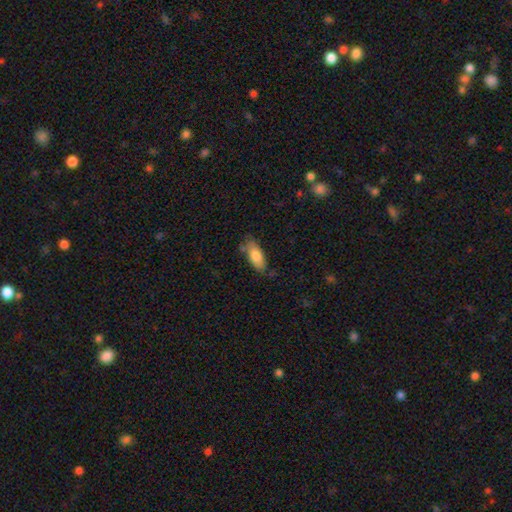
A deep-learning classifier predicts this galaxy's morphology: Smooth or featured?
  - smooth: 79% *
  - featured or disk: 14%
  - star or artifact: 6%
How rounded?
  - in between: 81% *
  - cigar-shaped: 17%
  - round: 2%
Merging?
  - none: 68% *
  - minor disturbance: 22%
  - merger: 6%
  - major disturbance: 5%